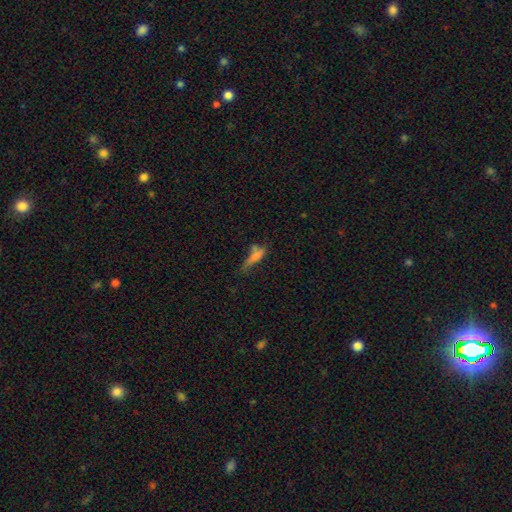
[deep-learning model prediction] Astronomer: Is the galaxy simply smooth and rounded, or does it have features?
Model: smooth — 66%.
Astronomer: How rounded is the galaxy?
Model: cigar-shaped — 56% (runner-up: in between, 41%).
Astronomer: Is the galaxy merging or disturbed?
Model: none — 33% (runner-up: minor disturbance, 29%).